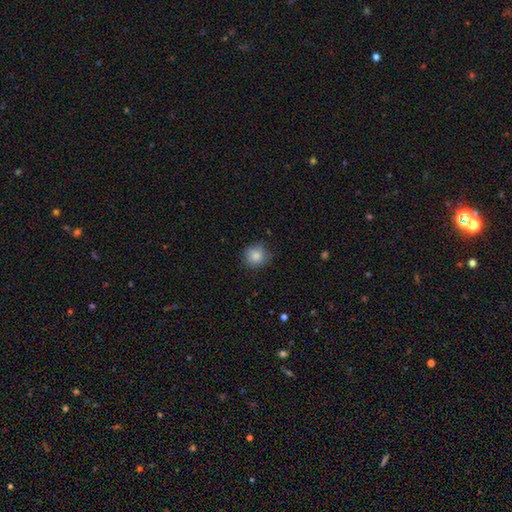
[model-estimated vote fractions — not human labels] This is clearly a smooth galaxy (85%). How rounded: clearly round (89%). Merging: clearly none (83%).